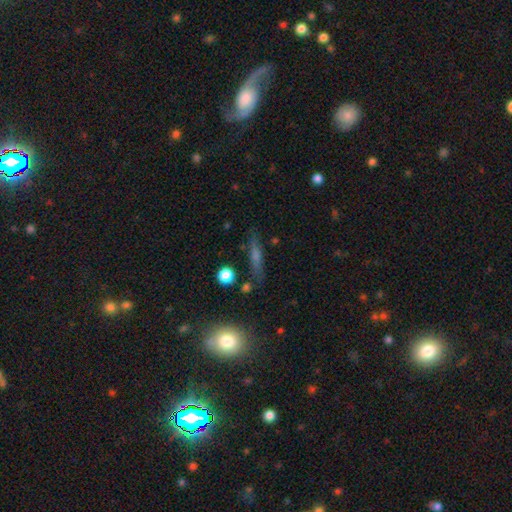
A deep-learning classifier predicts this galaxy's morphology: Smooth or featured? Predicted: smooth (p=0.43). Merging? Predicted: none (p=0.82).